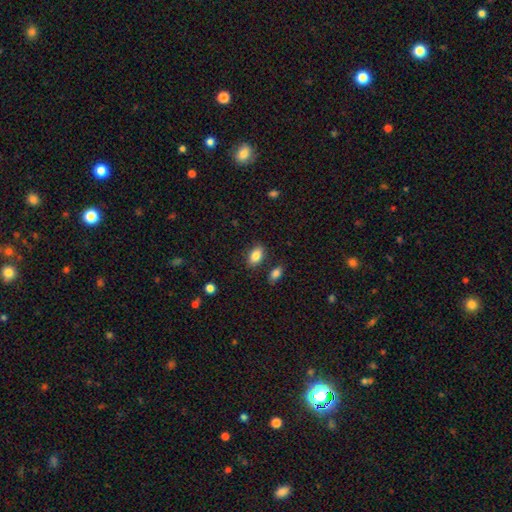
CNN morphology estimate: Smooth or featured?
  - smooth: 85% *
  - star or artifact: 8%
  - featured or disk: 7%
How rounded?
  - in between: 88% *
  - round: 10%
  - cigar-shaped: 2%
Merging?
  - none: 82% *
  - minor disturbance: 10%
  - merger: 5%
  - major disturbance: 3%